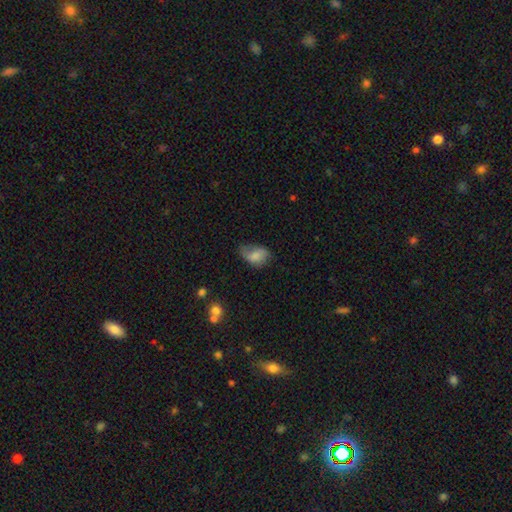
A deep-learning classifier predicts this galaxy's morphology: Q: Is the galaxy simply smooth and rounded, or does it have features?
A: smooth — 68%.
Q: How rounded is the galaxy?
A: in between — 84%.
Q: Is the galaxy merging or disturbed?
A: none — 40%.